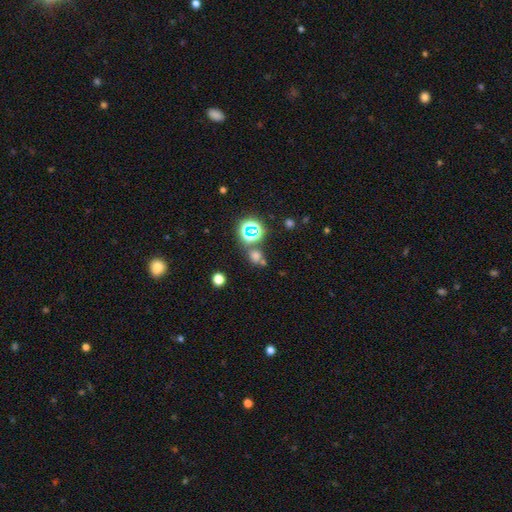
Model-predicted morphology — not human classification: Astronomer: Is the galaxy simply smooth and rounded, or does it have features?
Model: smooth — 51% (runner-up: star or artifact, 41%).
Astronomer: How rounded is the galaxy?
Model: round — 77%.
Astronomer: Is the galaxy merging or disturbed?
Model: none — 65%.